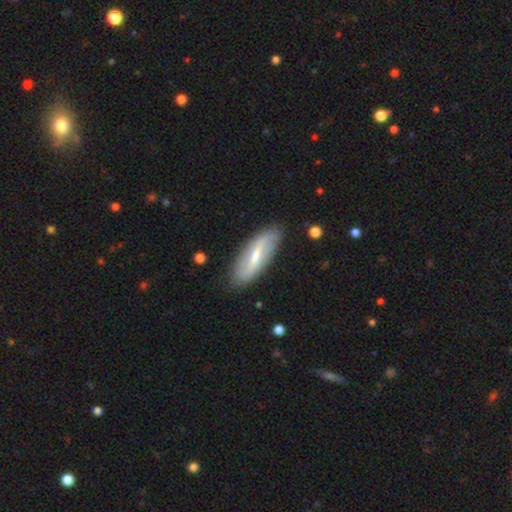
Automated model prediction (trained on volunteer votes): The model was most divided on "smooth or featured": featured or disk: 55%, smooth: 39%, star or artifact: 6%. More confident: merging — none (83%); edge-on disk — no (81%).